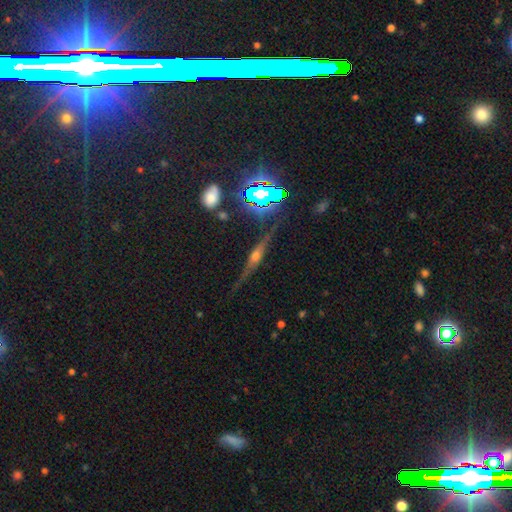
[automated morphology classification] Smooth or featured: featured or disk — 69% (star or artifact — 16%)
Edge-on disk: yes — 92% (no — 8%)
Edge-on bulge: rounded — 83% (boxy — 12%)
Merging: none — 76% (minor disturbance — 15%)